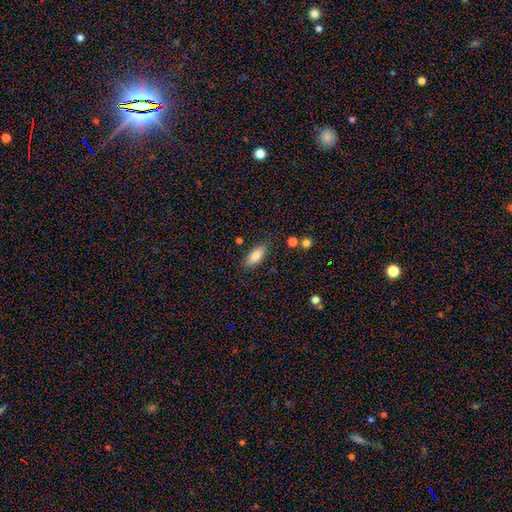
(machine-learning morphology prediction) smooth-or-featured: smooth: 80% | featured or disk: 13% | star or artifact: 7%
  how-rounded: in between: 83% | cigar-shaped: 14% | round: 3%
  merging: none: 80% | minor disturbance: 14% | major disturbance: 3% | merger: 3%